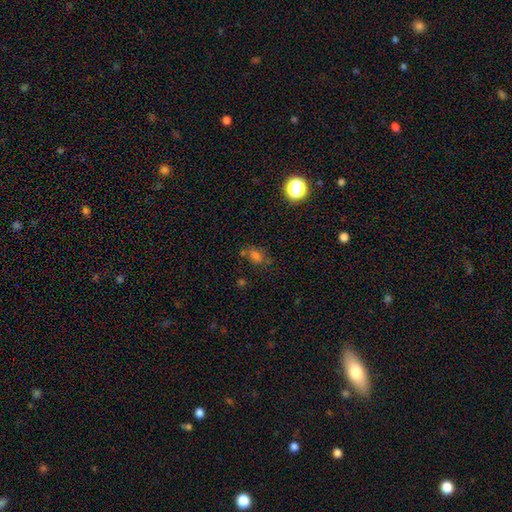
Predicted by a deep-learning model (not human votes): Smooth or featured?
  - smooth: 50% *
  - star or artifact: 34%
  - featured or disk: 16%
Merging?
  - none: 65% *
  - minor disturbance: 18%
  - major disturbance: 9%
  - merger: 8%